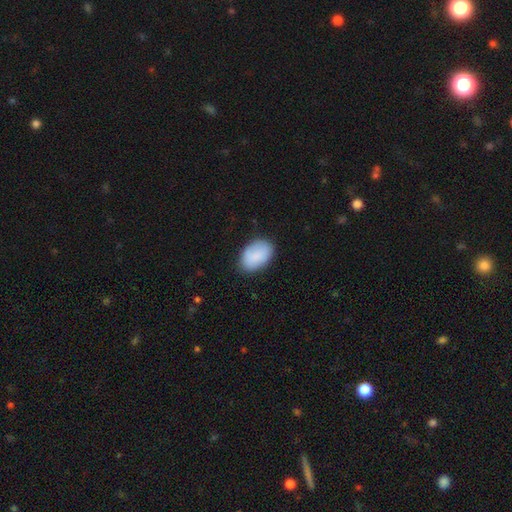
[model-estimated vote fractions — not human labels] smooth_or_featured: smooth (p=0.87) [alt: featured or disk p=0.07]
how_rounded: in between (p=0.87) [alt: round p=0.12]
merging: none (p=0.81) [alt: minor disturbance p=0.15]